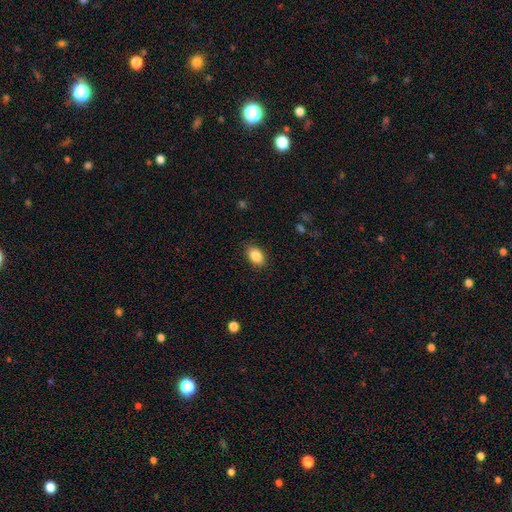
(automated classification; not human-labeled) The model was most divided on "how rounded": in between: 86%, round: 13%, cigar-shaped: 1%. More confident: merging — none (88%); smooth or featured — smooth (87%).